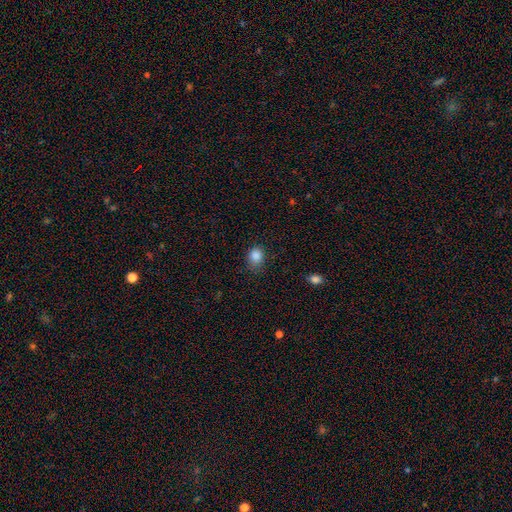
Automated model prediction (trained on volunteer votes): Smooth or featured? smooth (86%)
How rounded? round (56%)
Merging? none (72%)